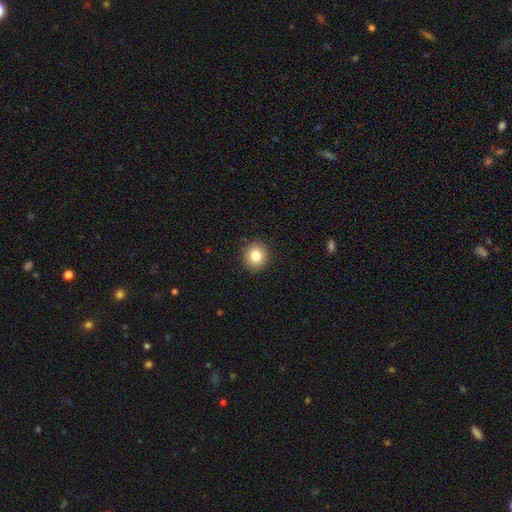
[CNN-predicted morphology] smooth-or-featured: smooth: 81% | star or artifact: 11% | featured or disk: 8%
  how-rounded: round: 90% | in between: 9% | cigar-shaped: 1%
  merging: none: 91% | minor disturbance: 6% | major disturbance: 2% | merger: 1%